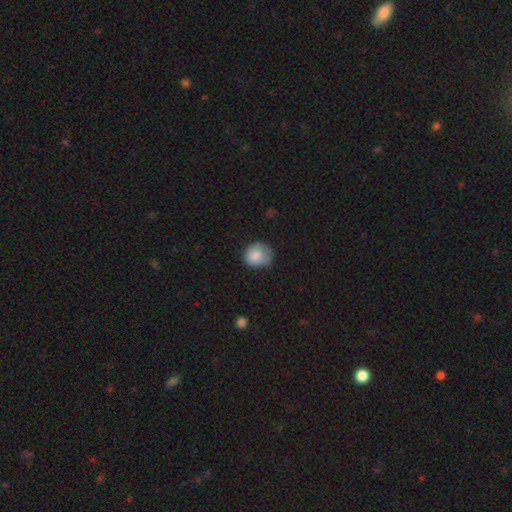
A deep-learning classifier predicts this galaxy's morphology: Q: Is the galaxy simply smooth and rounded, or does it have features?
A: smooth — 81%.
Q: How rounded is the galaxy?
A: round — 69%.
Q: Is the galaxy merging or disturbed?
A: none — 55%.